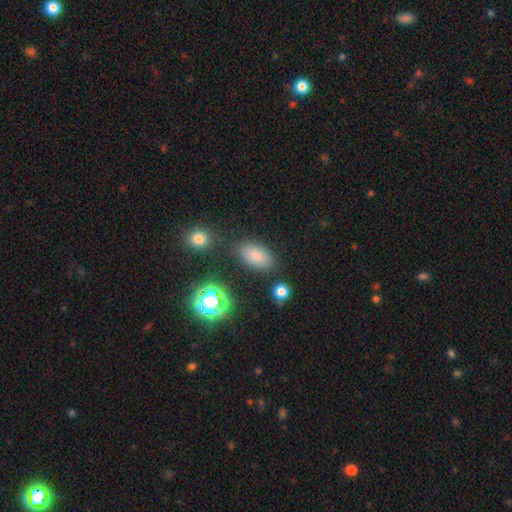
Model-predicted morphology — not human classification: Smooth or featured?
  - smooth: 71% *
  - star or artifact: 17%
  - featured or disk: 12%
How rounded?
  - in between: 88% *
  - round: 10%
  - cigar-shaped: 2%
Merging?
  - none: 82% *
  - minor disturbance: 11%
  - merger: 4%
  - major disturbance: 4%